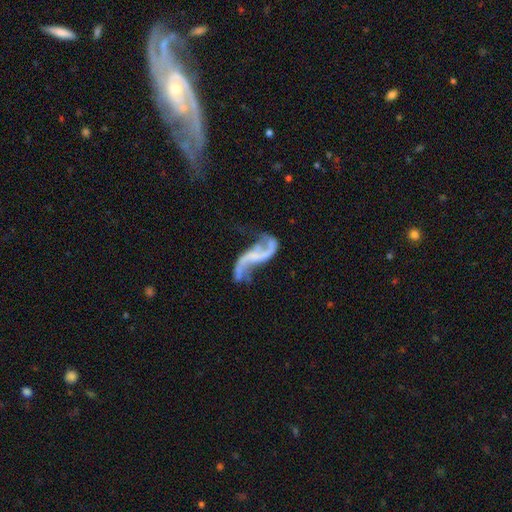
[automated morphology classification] Overall: featured or disk (88%). Edge-on disk: no (96%). Bar: no (44%; weak 35%). Spiral arms: yes (94%). Spiral arm count: 2 (92%). Spiral winding: loose (88%). Bulge size: none (59%; small 31%). Merging: none (53%; major disturbance 21%).